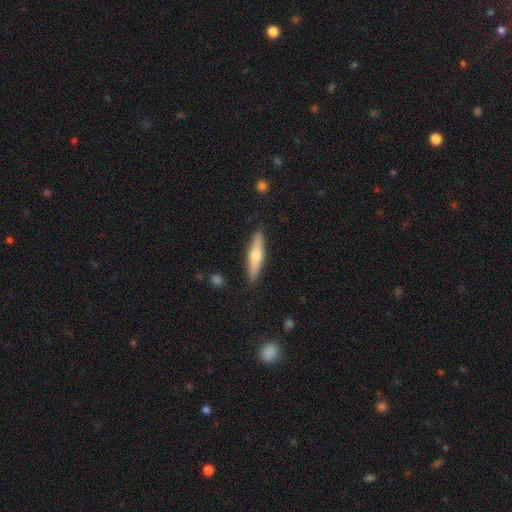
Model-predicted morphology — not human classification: Smooth or featured? Predicted: smooth (p=0.51). How rounded? Predicted: cigar-shaped (p=0.82). Merging? Predicted: none (p=0.89).